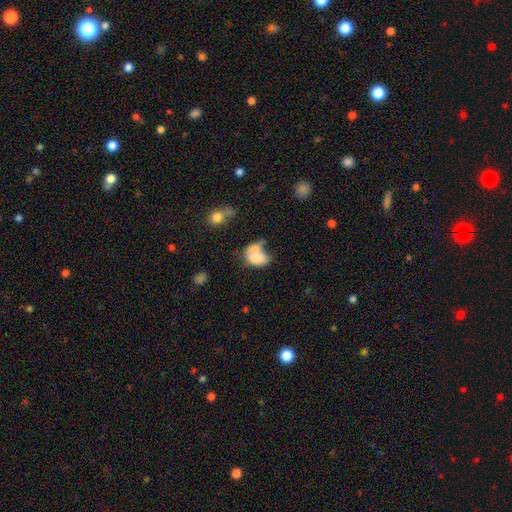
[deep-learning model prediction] Smooth or featured: smooth — 67% (featured or disk — 23%)
How rounded: in between — 75% (round — 24%)
Merging: merger — 41% (none — 20%)